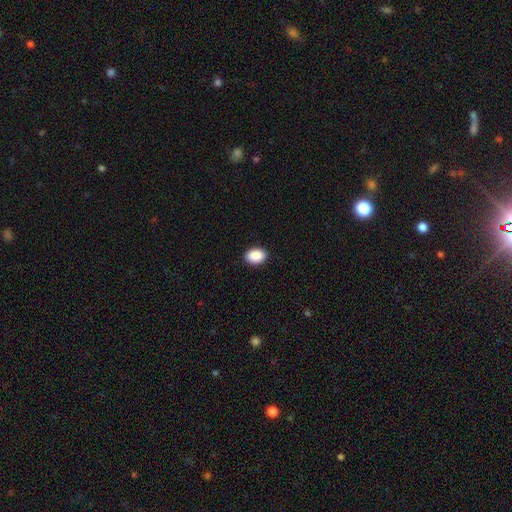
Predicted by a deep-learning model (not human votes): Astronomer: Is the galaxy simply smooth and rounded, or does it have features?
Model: smooth — 90%.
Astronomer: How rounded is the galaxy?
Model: in between — 80%.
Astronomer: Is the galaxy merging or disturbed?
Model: none — 91%.